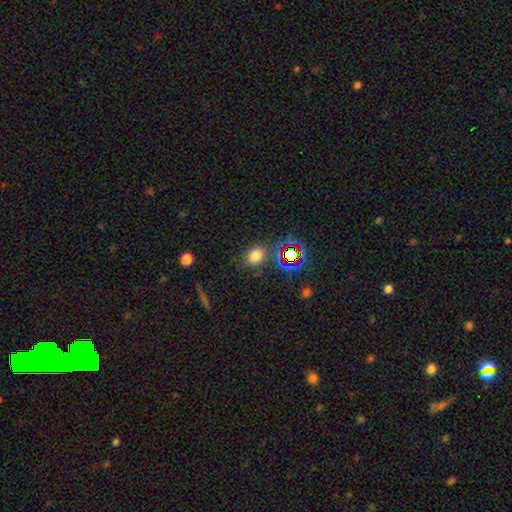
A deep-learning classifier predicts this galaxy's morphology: This is likely a smooth galaxy (73%). How rounded: possibly round (51%). Merging: likely none (78%).